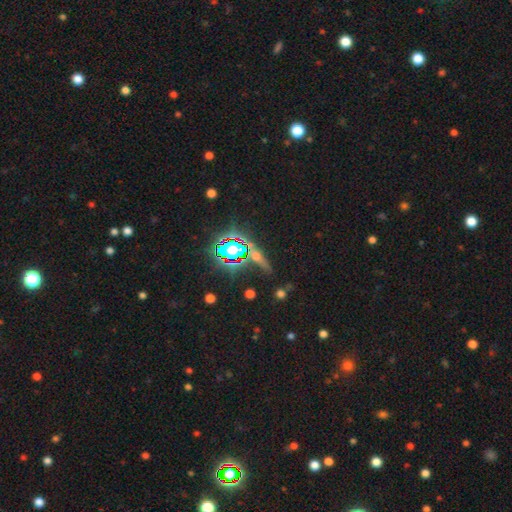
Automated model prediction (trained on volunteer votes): star or artifact 50%, smooth 26%, featured or disk 24%.